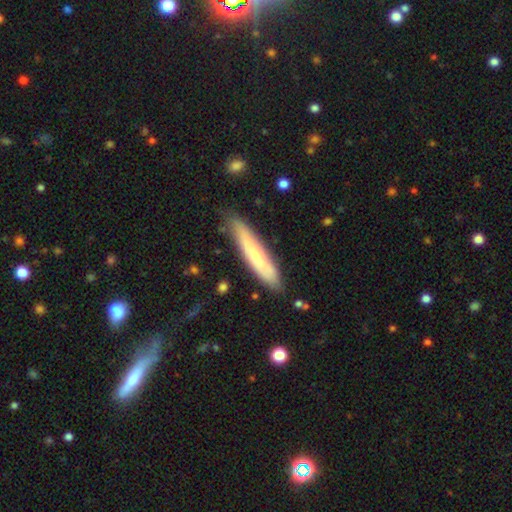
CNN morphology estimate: The model was most divided on "smooth or featured": smooth: 63%, featured or disk: 31%, star or artifact: 6%. More confident: how rounded — cigar-shaped (88%); merging — none (79%).